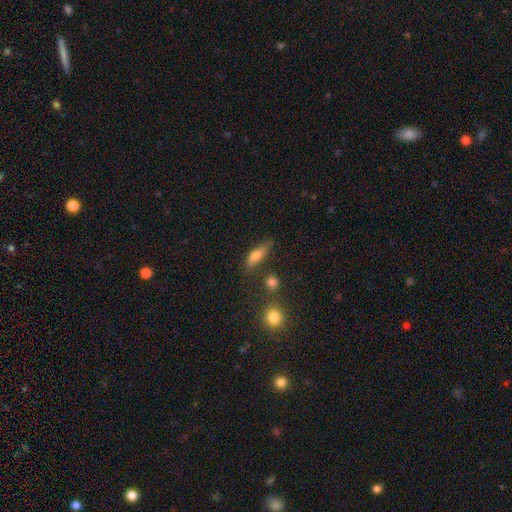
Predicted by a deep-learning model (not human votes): This appears to be a smooth galaxy with no disk features (70%) that is in between round and cigar-shaped (54%). Merging: none (66%).